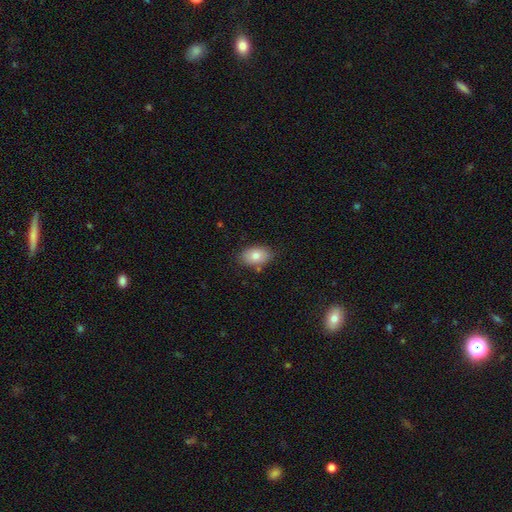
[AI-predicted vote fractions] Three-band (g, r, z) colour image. It shows a smooth galaxy with no disk features (79%) that is in between round and cigar-shaped (89%). Merging: none (82%).